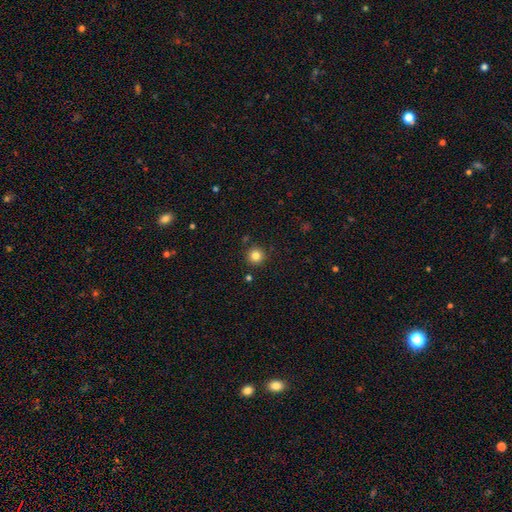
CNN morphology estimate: The model was most divided on "smooth or featured": smooth: 82%, star or artifact: 13%, featured or disk: 6%. More confident: how rounded — round (96%); merging — none (89%).